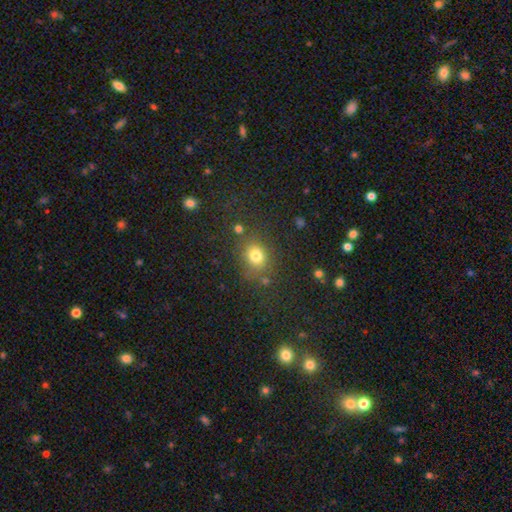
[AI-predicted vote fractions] smooth-or-featured: smooth: 76% | star or artifact: 17% | featured or disk: 7%
  how-rounded: round: 68% | in between: 31% | cigar-shaped: 1%
  merging: none: 74% | minor disturbance: 13% | major disturbance: 6% | merger: 6%